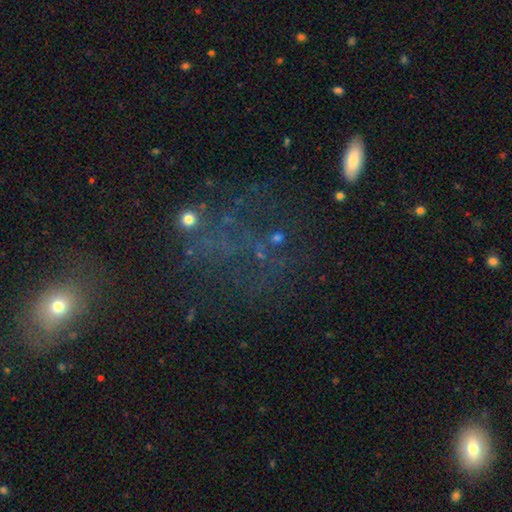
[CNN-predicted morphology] smooth-or-featured: star or artifact: 39% | smooth: 31% | featured or disk: 30%